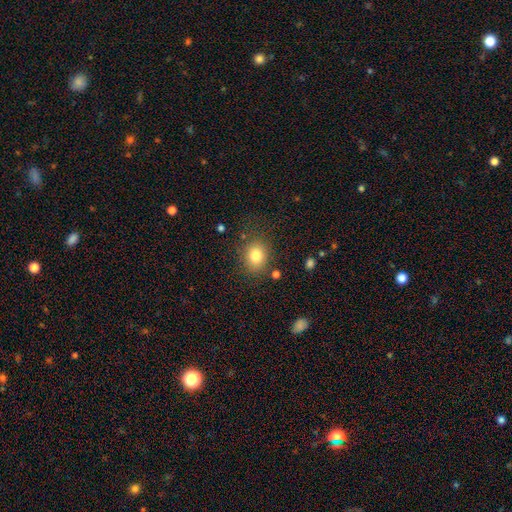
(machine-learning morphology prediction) smooth-or-featured: smooth: 80% | star or artifact: 11% | featured or disk: 8%
  how-rounded: round: 61% | in between: 38% | cigar-shaped: 1%
  merging: none: 81% | minor disturbance: 11% | major disturbance: 4% | merger: 3%